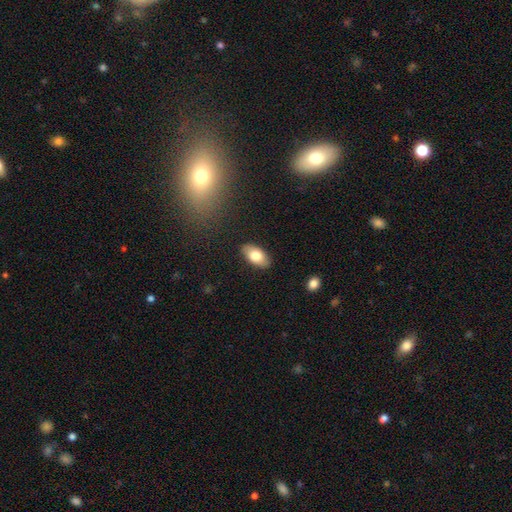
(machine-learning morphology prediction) smooth_or_featured: smooth (p=0.77) [alt: featured or disk p=0.16]
how_rounded: in between (p=0.93) [alt: round p=0.04]
merging: none (p=0.87) [alt: minor disturbance p=0.09]